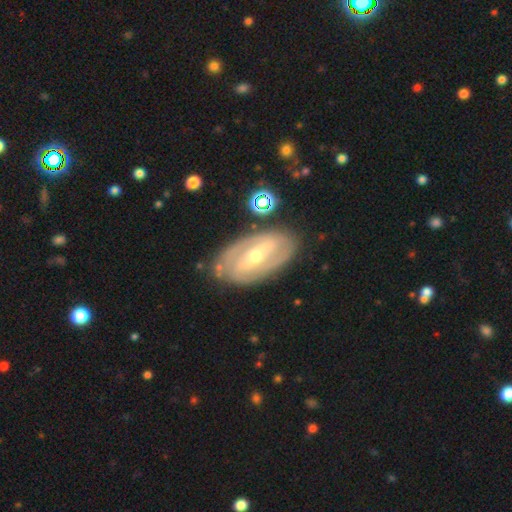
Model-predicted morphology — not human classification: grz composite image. It shows a featured or disk galaxy (81%) with a strong bar (59%), 2 (73%) tight (52%) spiral arms (80%) and a moderate central bulge (50%). Merging: none (80%).